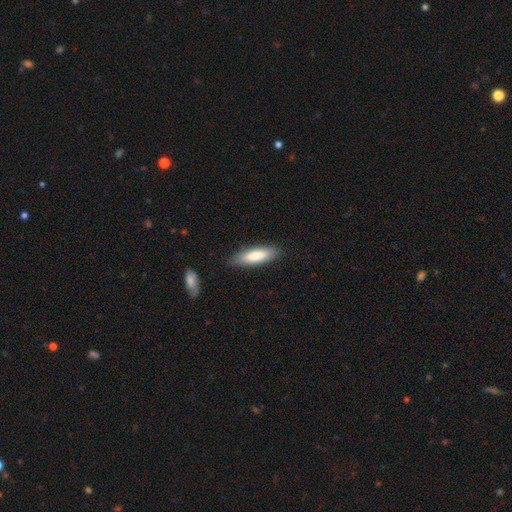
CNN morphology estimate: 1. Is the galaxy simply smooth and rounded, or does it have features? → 81% smooth, 13% featured or disk, 5% star or artifact.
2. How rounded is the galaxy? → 52% cigar-shaped, 46% in between, 1% round.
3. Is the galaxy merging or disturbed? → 83% none, 13% minor disturbance, 3% major disturbance, 2% merger.